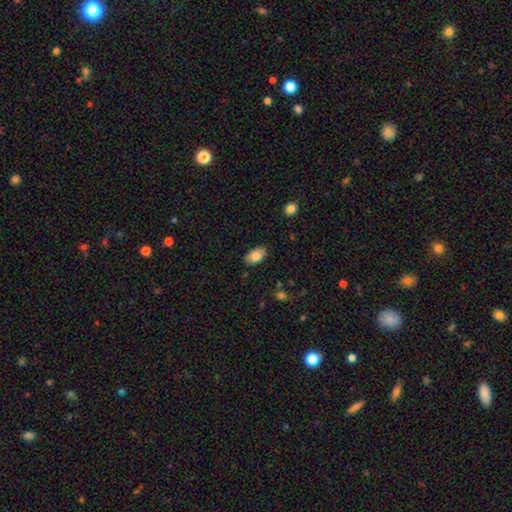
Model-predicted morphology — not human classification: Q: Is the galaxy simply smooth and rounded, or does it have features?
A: smooth — 84%.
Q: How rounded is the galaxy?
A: in between — 94%.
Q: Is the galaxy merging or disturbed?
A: none — 85%.